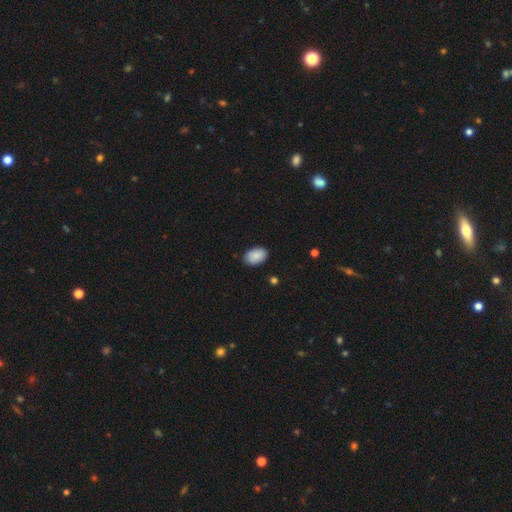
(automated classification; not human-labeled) smooth-or-featured: smooth: 89% | star or artifact: 7% | featured or disk: 5%
  how-rounded: in between: 91% | round: 8% | cigar-shaped: 1%
  merging: none: 87% | minor disturbance: 9% | major disturbance: 2% | merger: 1%